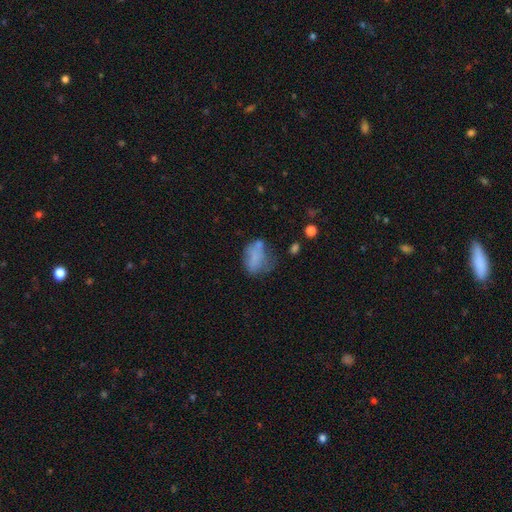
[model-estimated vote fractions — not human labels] A smooth galaxy with no disk features (63%) that is in between round and cigar-shaped (70%).

Vote fractions:
- Smooth or featured? smooth: 63% / featured or disk: 25% / star or artifact: 12%
- How rounded? in between: 70% / round: 28% / cigar-shaped: 2%
- Merging? none: 36% / minor disturbance: 29% / major disturbance: 25% / merger: 10%